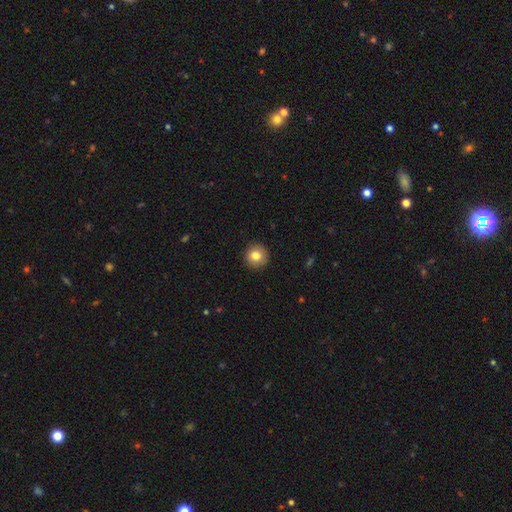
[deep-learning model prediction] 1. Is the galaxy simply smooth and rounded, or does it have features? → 81% smooth, 10% featured or disk, 9% star or artifact.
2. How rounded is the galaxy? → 94% round, 5% in between, 1% cigar-shaped.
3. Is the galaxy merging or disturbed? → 92% none, 5% minor disturbance, 2% major disturbance, 1% merger.